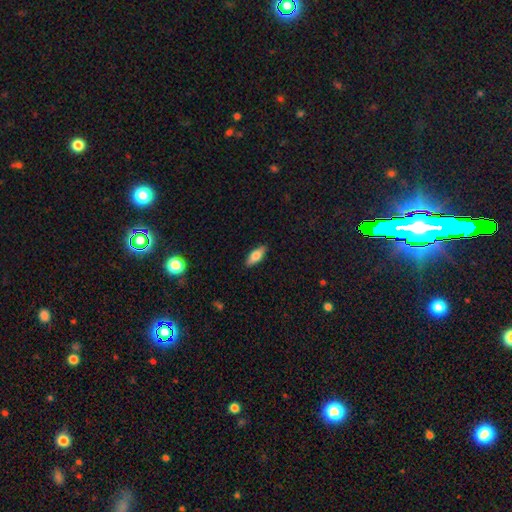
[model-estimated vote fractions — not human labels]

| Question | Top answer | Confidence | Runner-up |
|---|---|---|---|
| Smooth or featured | smooth | 73% | featured or disk (21%) |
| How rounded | in between | 74% | cigar-shaped (24%) |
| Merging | none | 88% | minor disturbance (9%) |